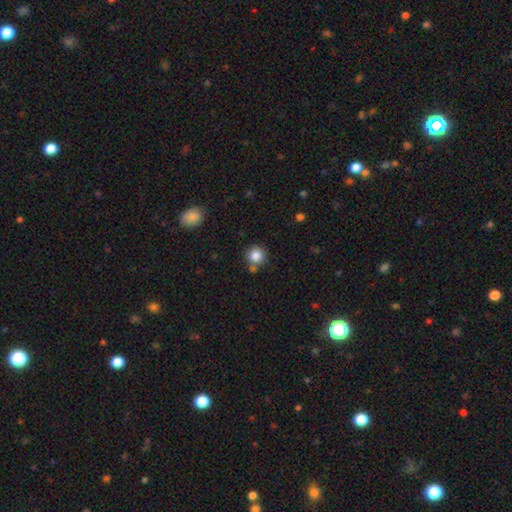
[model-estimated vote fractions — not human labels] Smooth or featured: smooth — 84% (star or artifact — 10%)
How rounded: round — 92% (in between — 7%)
Merging: none — 73% (merger — 13%)